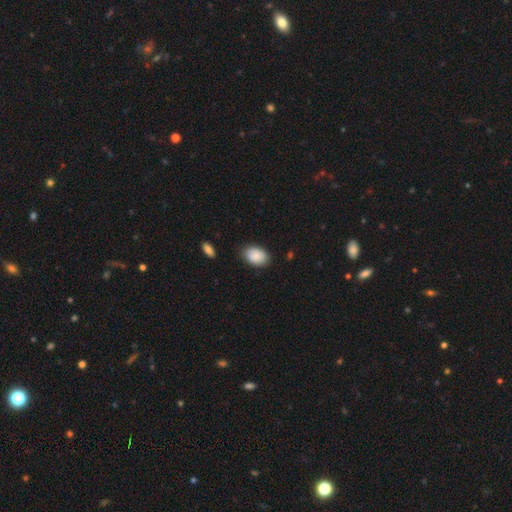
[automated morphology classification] Smooth or featured?
  - smooth: 88% *
  - star or artifact: 6%
  - featured or disk: 6%
How rounded?
  - in between: 86% *
  - round: 13%
  - cigar-shaped: 1%
Merging?
  - none: 83% *
  - minor disturbance: 13%
  - major disturbance: 3%
  - merger: 2%